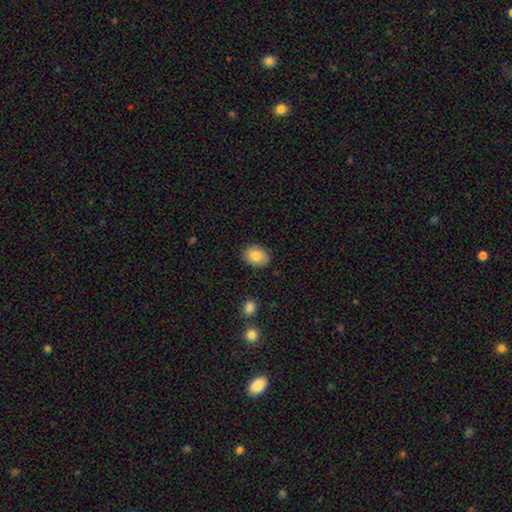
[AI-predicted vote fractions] smooth 84%, featured or disk 9%, star or artifact 7%. Down the decision tree: how rounded — in between (70%); merging — none (86%).